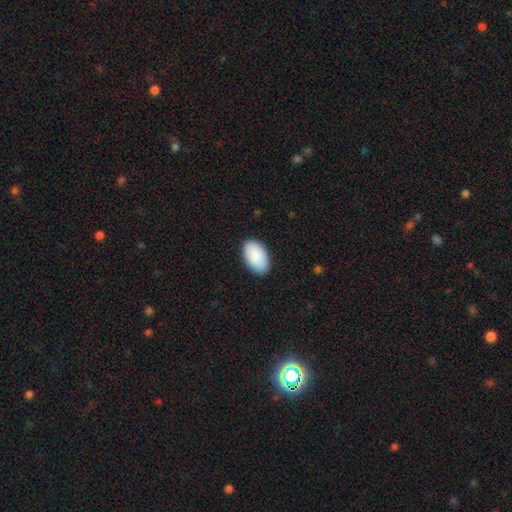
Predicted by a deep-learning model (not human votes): Q: Smooth or featured?
A: smooth (91%); runner-up: star or artifact (5%)
Q: How rounded?
A: in between (95%); runner-up: round (4%)
Q: Merging?
A: none (88%); runner-up: minor disturbance (9%)